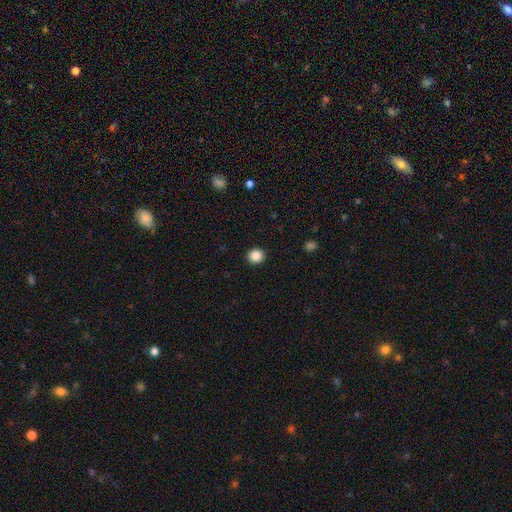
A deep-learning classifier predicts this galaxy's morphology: Smooth or featured? Predicted: smooth (p=0.87). How rounded? Predicted: round (p=0.85). Merging? Predicted: none (p=0.92).